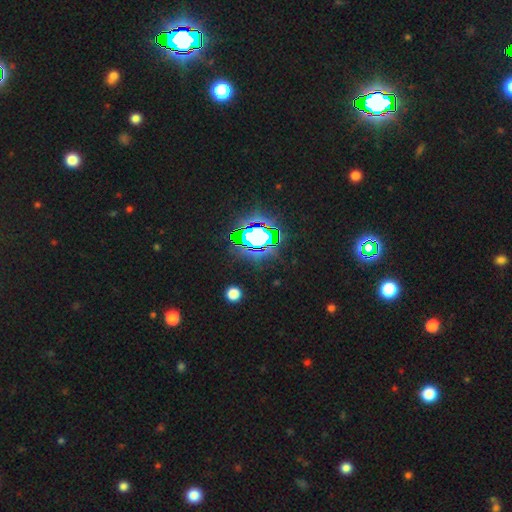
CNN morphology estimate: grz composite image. It shows a star or artifact, not a galaxy (82%).